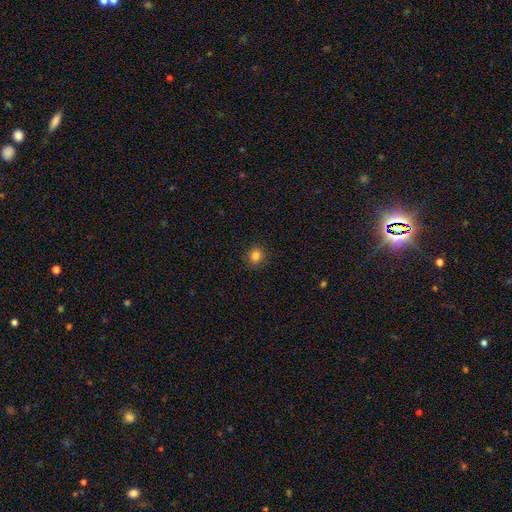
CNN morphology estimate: type=smooth (83%); roundness=round (86%); merging=none (89%).